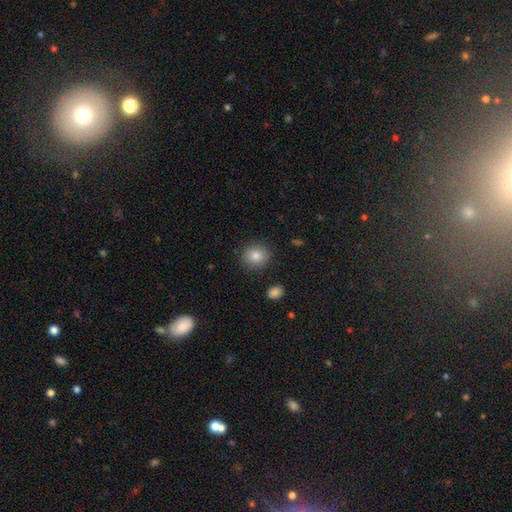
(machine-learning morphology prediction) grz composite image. It shows a smooth galaxy with no disk features (83%) that is round (82%). Merging: none (89%).